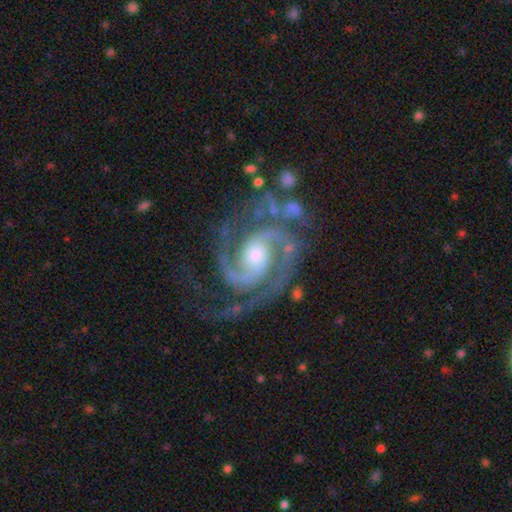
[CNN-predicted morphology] Smooth or featured? Predicted: featured or disk (p=0.94). Edge-on disk? Predicted: no (p=0.98). Bar? Predicted: no (p=0.56). Spiral arms? Predicted: yes (p=0.99). Spiral winding? Predicted: medium (p=0.49). Spiral arm count? Predicted: 2 (p=0.82). Bulge size? Predicted: moderate (p=0.58). Merging? Predicted: none (p=0.69).